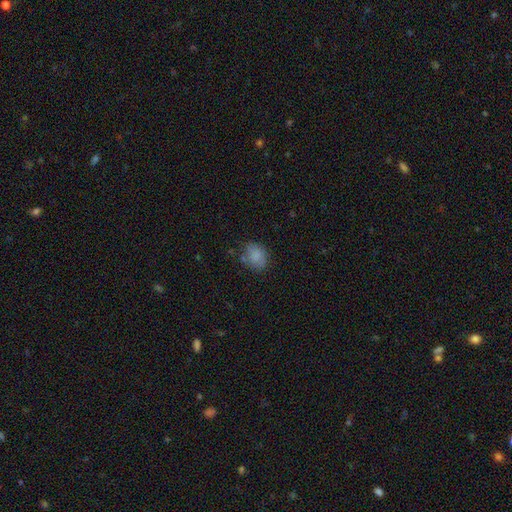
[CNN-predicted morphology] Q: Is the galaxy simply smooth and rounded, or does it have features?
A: smooth — 82%.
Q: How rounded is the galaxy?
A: round — 52%.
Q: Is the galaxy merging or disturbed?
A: none — 67%.